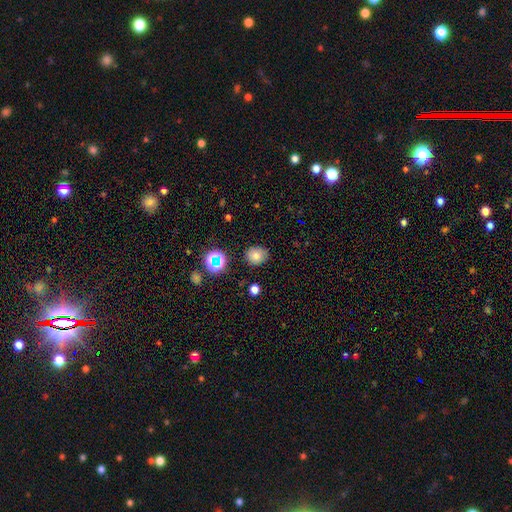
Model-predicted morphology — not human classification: This is likely a smooth galaxy (74%). How rounded: likely round (70%). Merging: clearly none (81%).